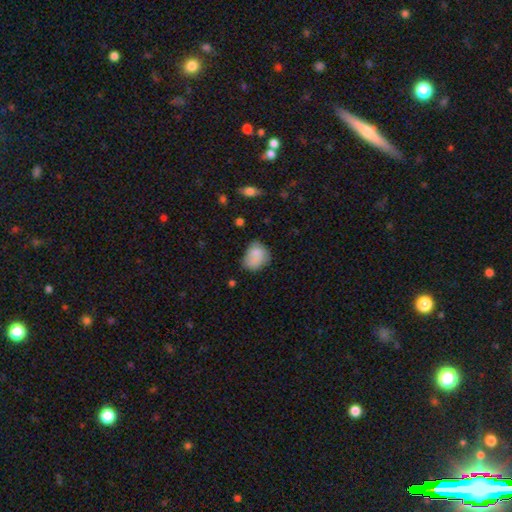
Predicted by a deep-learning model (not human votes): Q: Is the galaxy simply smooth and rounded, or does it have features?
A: smooth — 79%.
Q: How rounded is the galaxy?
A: in between — 59%.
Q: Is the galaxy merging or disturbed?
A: none — 48%.